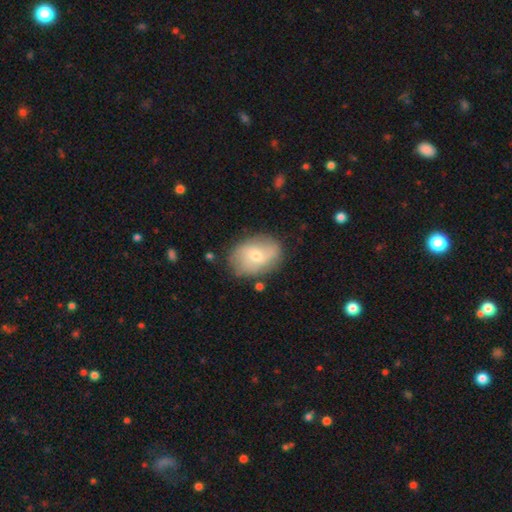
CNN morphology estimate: This appears to be a featured or disk galaxy (49%). Merging: none (75%).